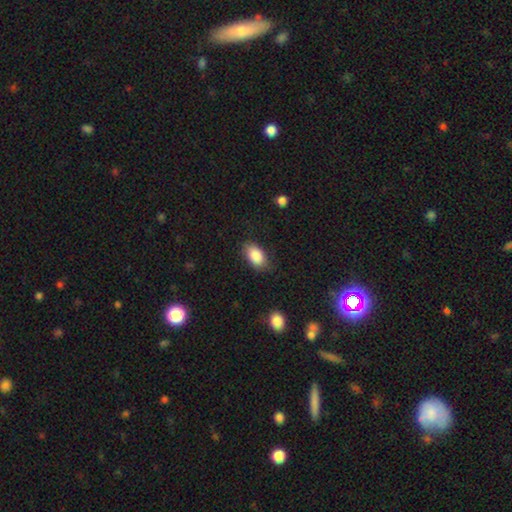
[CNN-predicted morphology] Smooth or featured?
  - smooth: 87% *
  - star or artifact: 7%
  - featured or disk: 6%
How rounded?
  - in between: 92% *
  - round: 7%
  - cigar-shaped: 2%
Merging?
  - none: 80% *
  - minor disturbance: 15%
  - major disturbance: 4%
  - merger: 1%